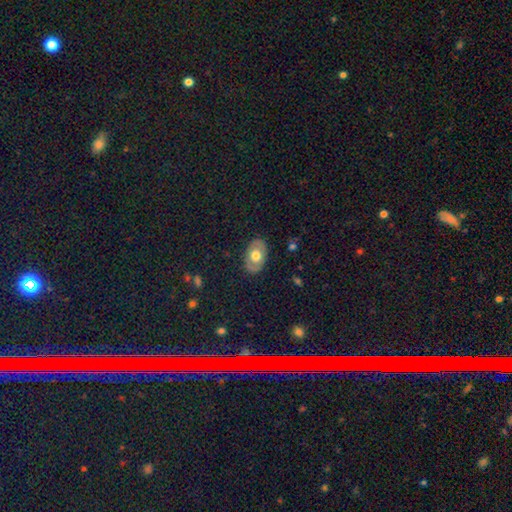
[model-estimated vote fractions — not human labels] Morphology: type=smooth (54%); roundness=in between (83%); merging=none (84%).